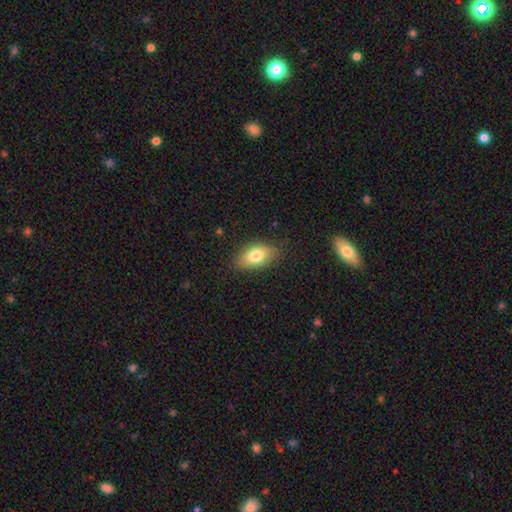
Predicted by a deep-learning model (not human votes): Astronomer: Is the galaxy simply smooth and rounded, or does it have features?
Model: smooth — 78%.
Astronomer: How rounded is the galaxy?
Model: in between — 89%.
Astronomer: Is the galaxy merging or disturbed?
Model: none — 82%.